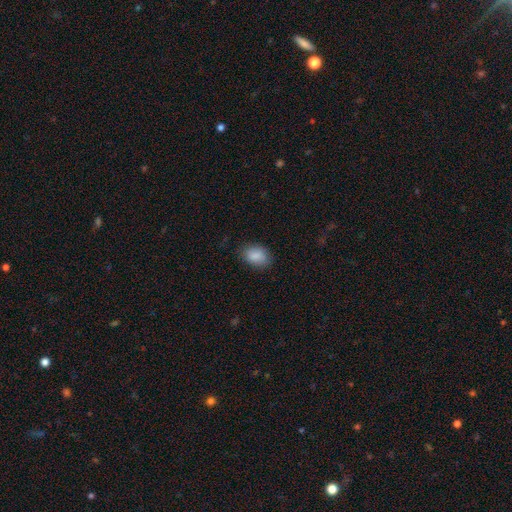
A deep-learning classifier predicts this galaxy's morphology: smooth_or_featured: smooth (p=0.88) [alt: star or artifact p=0.07]
how_rounded: in between (p=0.83) [alt: round p=0.16]
merging: none (p=0.80) [alt: minor disturbance p=0.16]